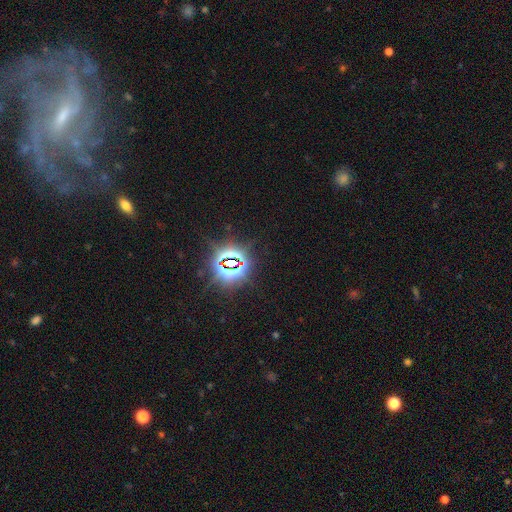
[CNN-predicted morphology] Overall: star or artifact (75%).